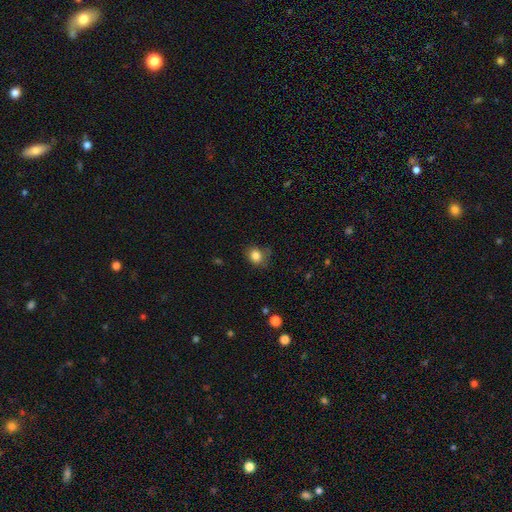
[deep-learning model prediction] smooth 84%, star or artifact 10%, featured or disk 6%. Down the decision tree: how rounded — round (64%); merging — none (70%).